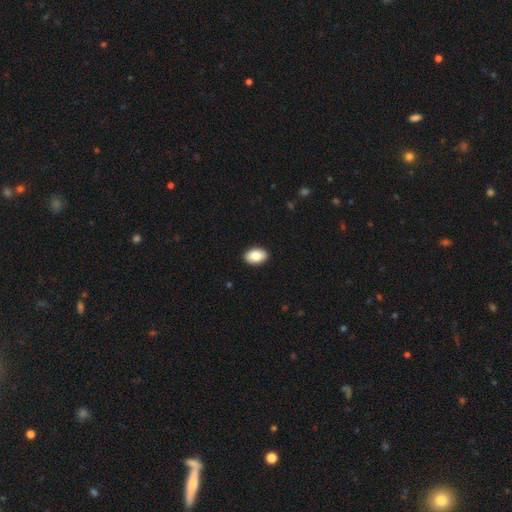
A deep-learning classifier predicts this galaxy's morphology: Overall: smooth (84%). How rounded: in between (89%). Merging: none (91%).